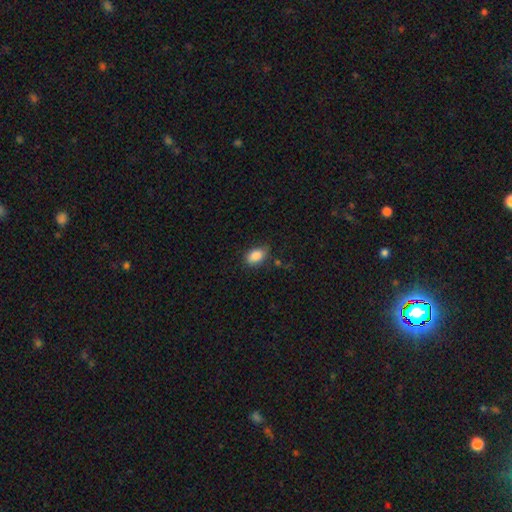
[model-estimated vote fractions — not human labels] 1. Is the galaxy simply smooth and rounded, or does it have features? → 88% smooth, 8% star or artifact, 4% featured or disk.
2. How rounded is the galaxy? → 89% in between, 10% round, 2% cigar-shaped.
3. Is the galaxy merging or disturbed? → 74% none, 19% minor disturbance, 4% major disturbance, 2% merger.